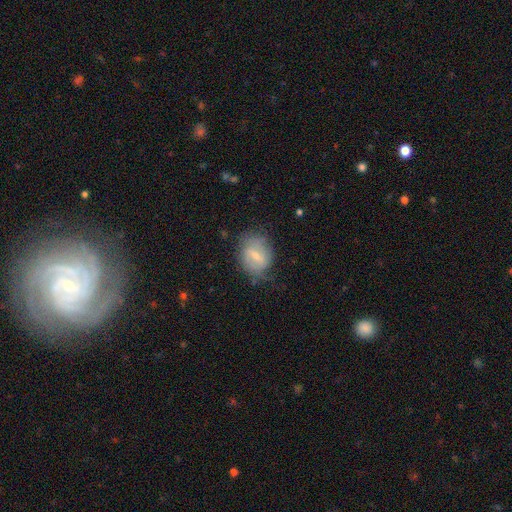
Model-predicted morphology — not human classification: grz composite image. It shows a smooth galaxy with no disk features (48%). Merging: none (62%).